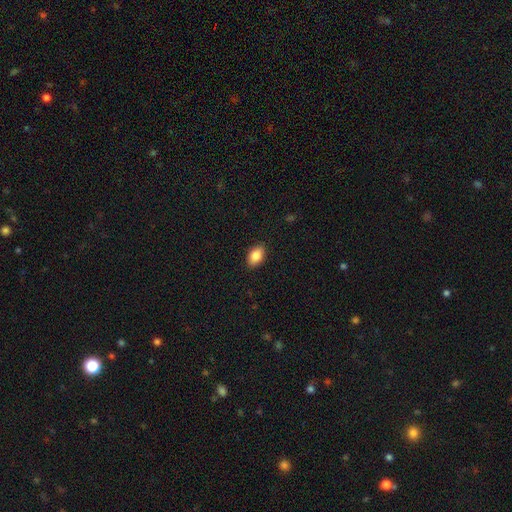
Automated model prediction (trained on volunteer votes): smooth_or_featured: smooth (p=0.87) [alt: star or artifact p=0.07]
how_rounded: in between (p=0.89) [alt: round p=0.10]
merging: none (p=0.89) [alt: minor disturbance p=0.08]